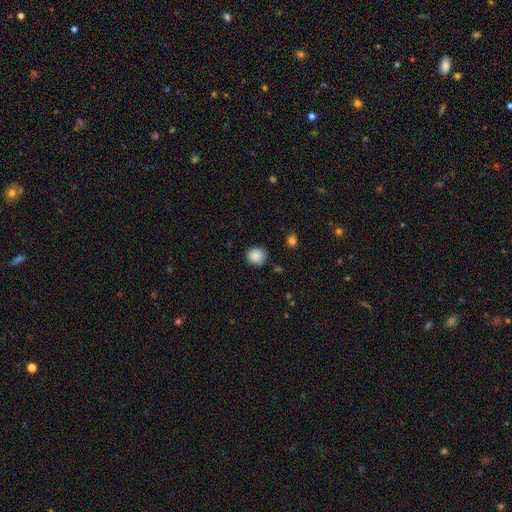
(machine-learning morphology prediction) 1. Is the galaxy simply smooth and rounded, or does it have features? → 88% smooth, 9% star or artifact, 4% featured or disk.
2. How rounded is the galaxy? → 82% round, 17% in between, 1% cigar-shaped.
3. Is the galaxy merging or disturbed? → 85% none, 11% minor disturbance, 2% major disturbance, 2% merger.